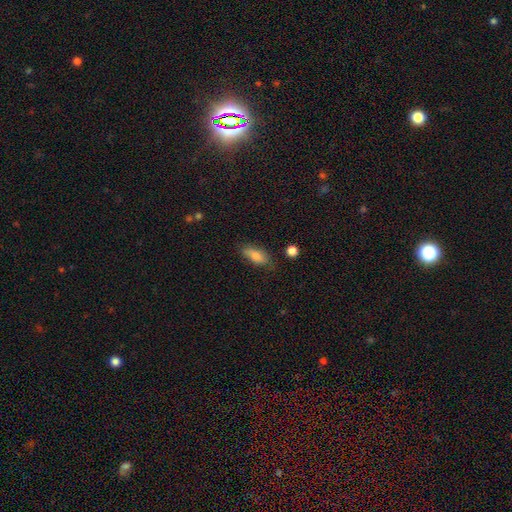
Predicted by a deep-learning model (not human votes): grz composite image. It shows a smooth galaxy with no disk features (78%) that is in between round and cigar-shaped (74%). Merging: none (71%).